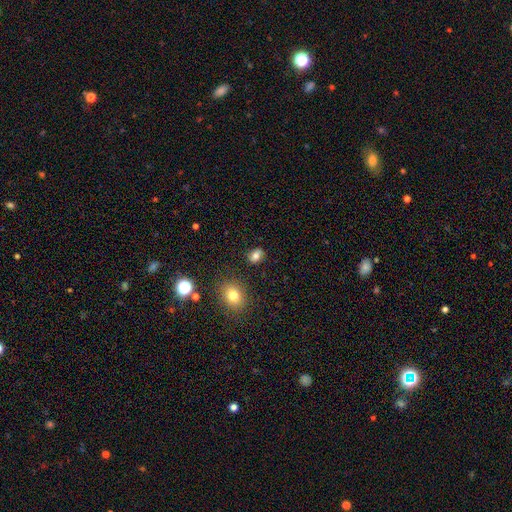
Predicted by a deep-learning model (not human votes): Overall: smooth (76%). How rounded: in between (57%; round 41%). Merging: none (81%).